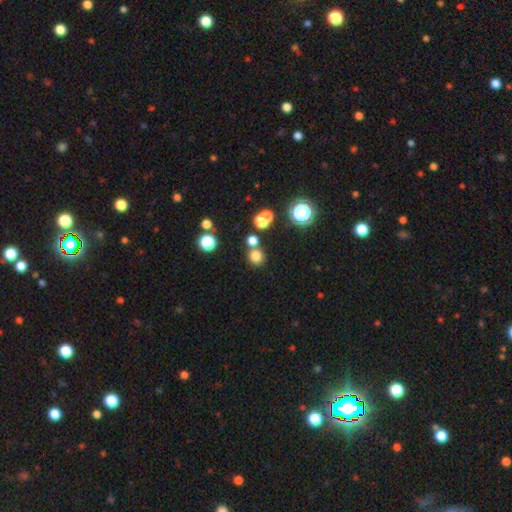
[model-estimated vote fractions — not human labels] Morphology: type=smooth (74%); roundness=round (91%); merging=none (74%).